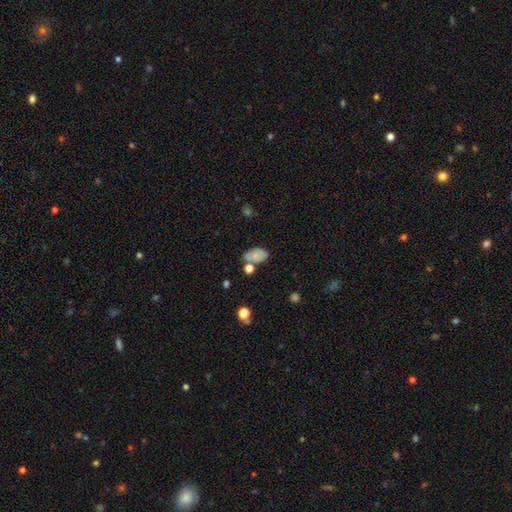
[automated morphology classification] smooth 71%, featured or disk 19%, star or artifact 10%. Down the decision tree: how rounded — in between (88%); merging — none (53%).